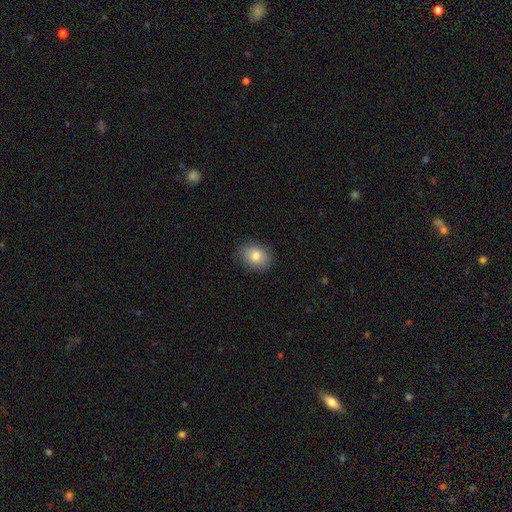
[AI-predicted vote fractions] Overall: smooth (80%). How rounded: in between (51%; round 48%). Merging: none (84%).